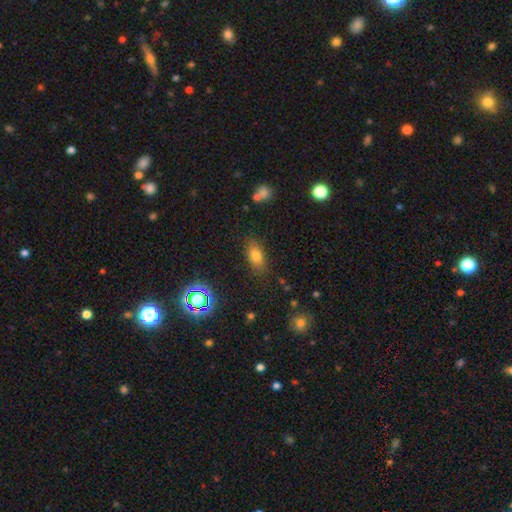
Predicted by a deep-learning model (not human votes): Smooth or featured? smooth (75%)
How rounded? in between (83%)
Merging? none (81%)